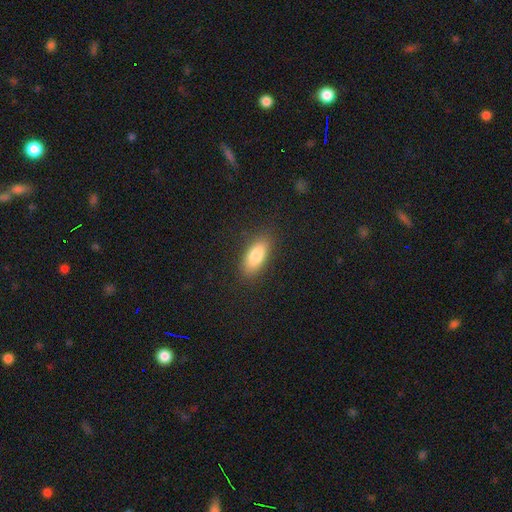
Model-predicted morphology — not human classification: Q: Smooth or featured?
A: smooth (83%); runner-up: featured or disk (10%)
Q: How rounded?
A: in between (84%); runner-up: cigar-shaped (14%)
Q: Merging?
A: none (87%); runner-up: minor disturbance (9%)